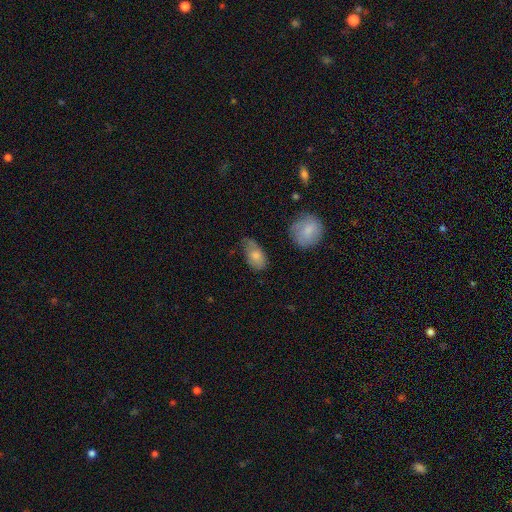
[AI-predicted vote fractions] The model was most divided on "merging": none: 46%, minor disturbance: 38%, major disturbance: 13%, merger: 3%. More confident: how rounded — in between (89%); smooth or featured — smooth (74%).